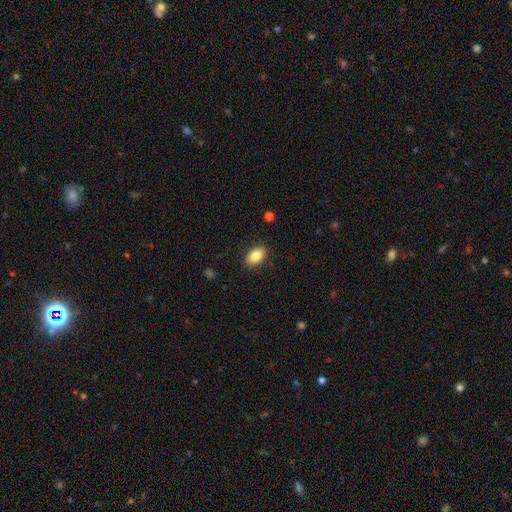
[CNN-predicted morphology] A smooth galaxy with no disk features (84%) that is in between round and cigar-shaped (89%).

Vote fractions:
- Smooth or featured? smooth: 84% / featured or disk: 8% / star or artifact: 8%
- How rounded? in between: 89% / round: 9% / cigar-shaped: 2%
- Merging? none: 88% / minor disturbance: 9% / major disturbance: 2% / merger: 1%